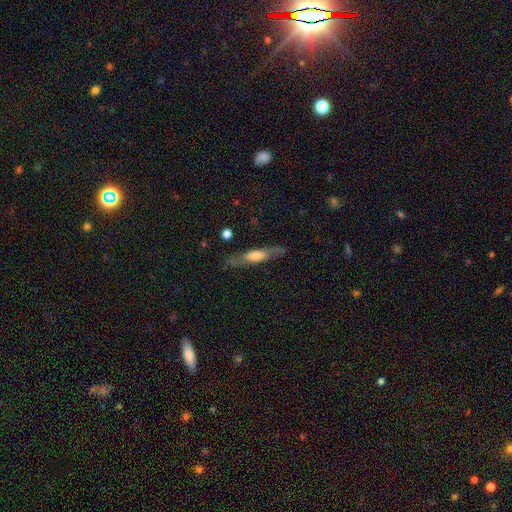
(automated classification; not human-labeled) The model was most divided on "smooth or featured": featured or disk: 53%, smooth: 40%, star or artifact: 6%. More confident: merging — none (79%); edge-on disk — yes (67%).